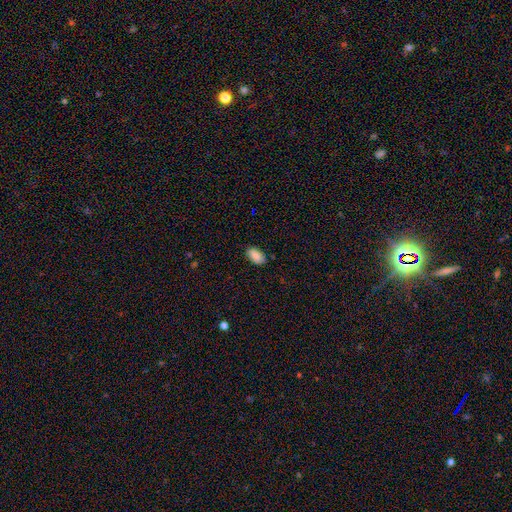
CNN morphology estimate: type=smooth (88%); roundness=in between (93%); merging=none (84%).